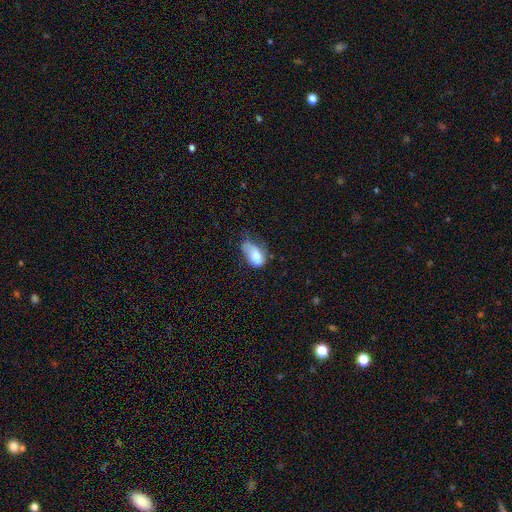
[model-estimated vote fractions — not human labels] Smooth or featured? smooth (73%)
How rounded? in between (92%)
Merging? minor disturbance (41%)